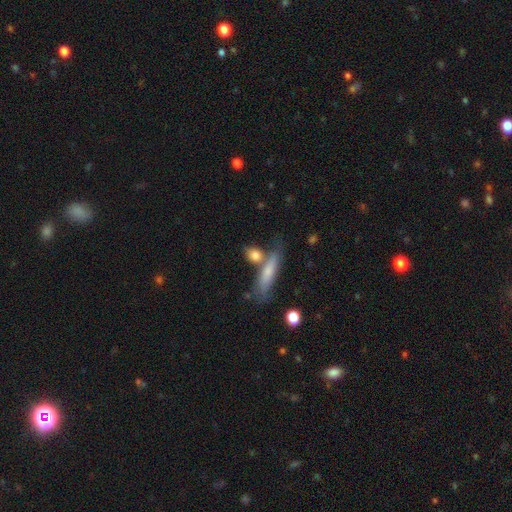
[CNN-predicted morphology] Smooth or featured: smooth — 77% (featured or disk — 15%)
How rounded: in between — 38% (round — 35%)
Merging: none — 53% (merger — 27%)